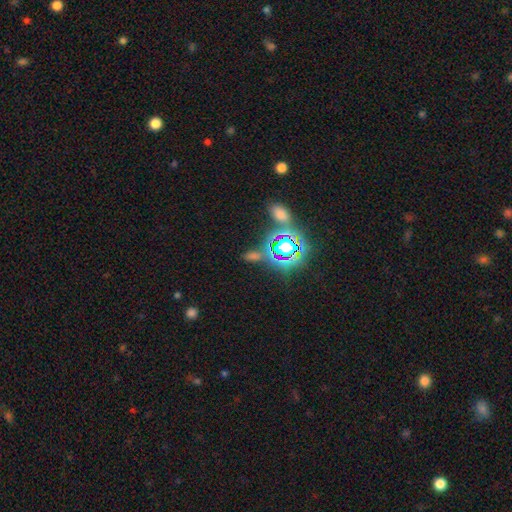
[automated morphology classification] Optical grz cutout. It shows a star or artifact, not a galaxy (64%).